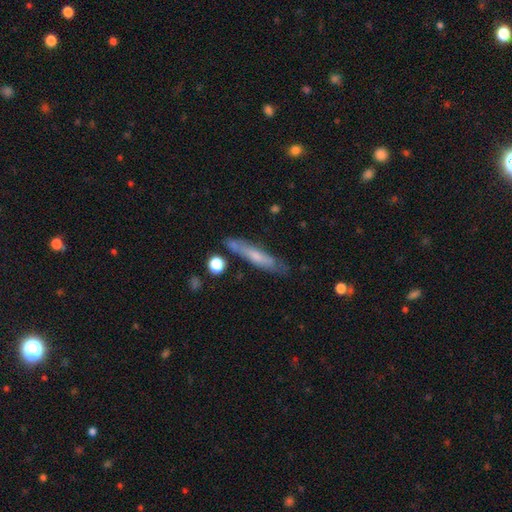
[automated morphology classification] type=featured or disk (47%); merging=none (75%).